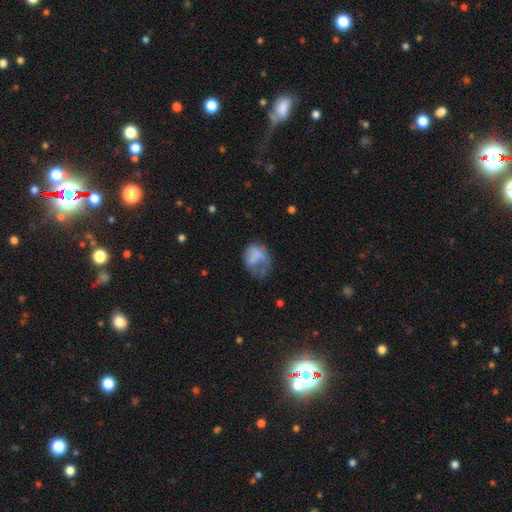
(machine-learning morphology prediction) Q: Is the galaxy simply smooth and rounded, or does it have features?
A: smooth — 60%.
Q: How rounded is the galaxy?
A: in between — 60%.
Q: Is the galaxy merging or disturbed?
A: major disturbance — 40%.